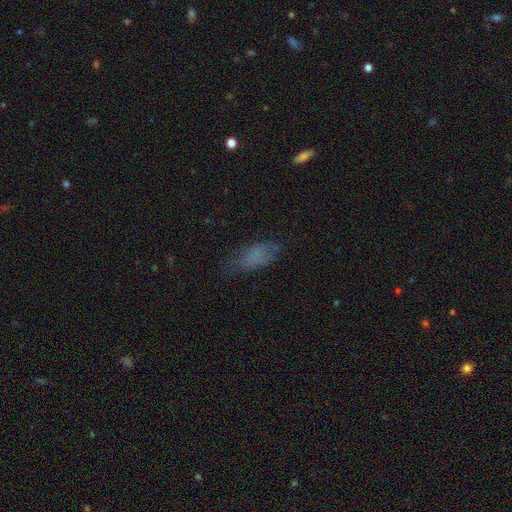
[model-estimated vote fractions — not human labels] Smooth or featured? Predicted: smooth (p=0.72). How rounded? Predicted: in between (p=0.80). Merging? Predicted: none (p=0.66).